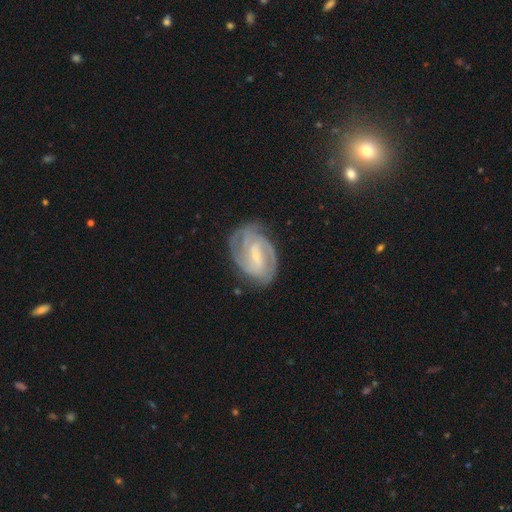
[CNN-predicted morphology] smooth-or-featured: featured or disk: 89% | smooth: 6% | star or artifact: 5%
  disk-edge-on: no: 97% | yes: 3%
    bar: weak: 46% | strong: 35% | no: 19%
    has-spiral-arms: yes: 98% | no: 2%
      spiral-winding: tight: 59% | medium: 35% | loose: 6%
      spiral-arm-count: 2: 50% | 3: 23% | can't tell: 12% | 4: 7% | 1: 4% | more than 4: 4%
    bulge-size: small: 72% | moderate: 24% | none: 2% | large: 1% | dominant: 1%
  merging: none: 77% | minor disturbance: 17% | major disturbance: 5% | merger: 1%